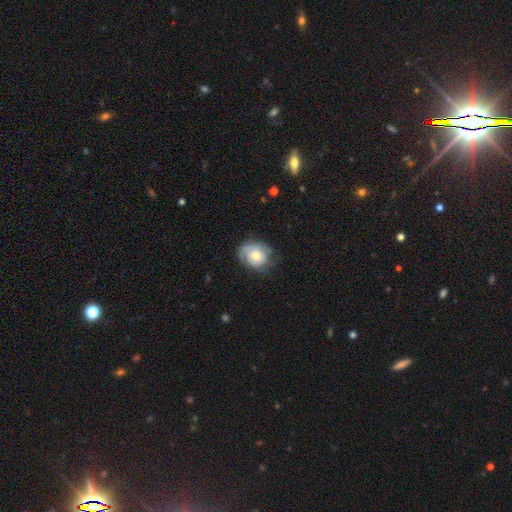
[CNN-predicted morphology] Q: Smooth or featured?
A: featured or disk (55%); runner-up: smooth (38%)
Q: Edge-on disk?
A: no (97%); runner-up: yes (3%)
Q: Bar?
A: no (79%); runner-up: weak (18%)
Q: Spiral arms?
A: yes (80%); runner-up: no (20%)
Q: Bulge size?
A: moderate (64%); runner-up: small (22%)
Q: Merging?
A: none (60%); runner-up: minor disturbance (26%)